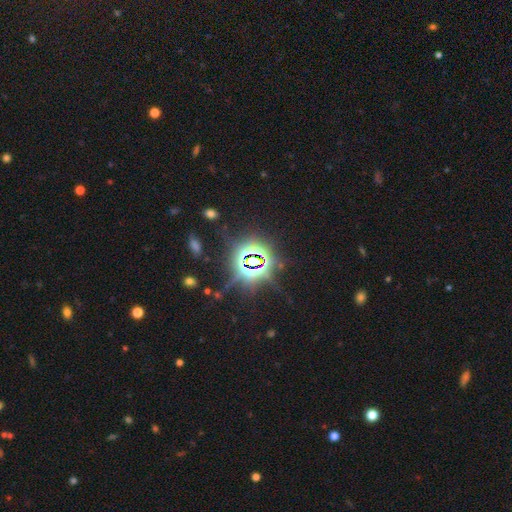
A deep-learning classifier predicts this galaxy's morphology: This is clearly a star or artifact rather than a galaxy (83%).